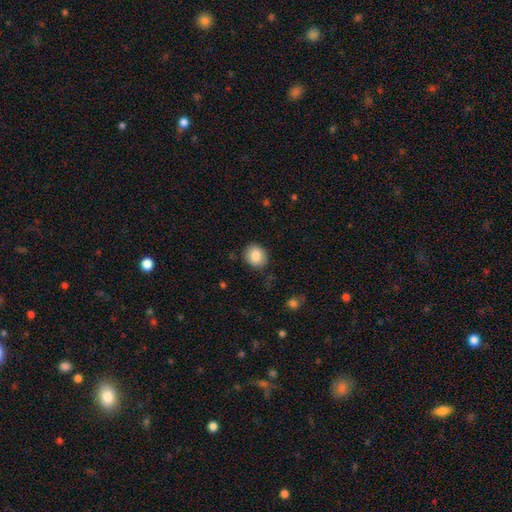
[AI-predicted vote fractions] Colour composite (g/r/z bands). It shows a smooth galaxy with no disk features (86%) that is round (71%). Merging: none (85%).